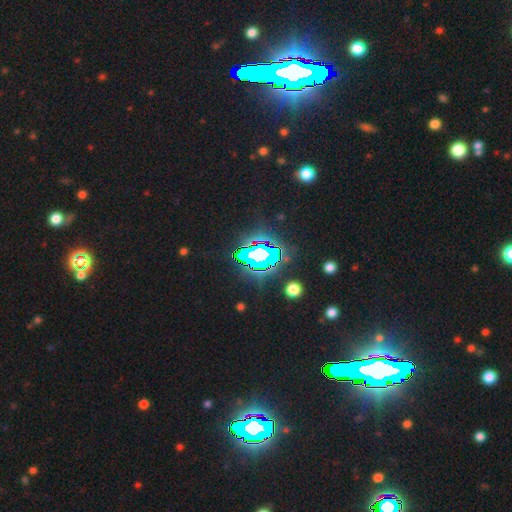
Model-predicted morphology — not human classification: Overall: star or artifact (73%).